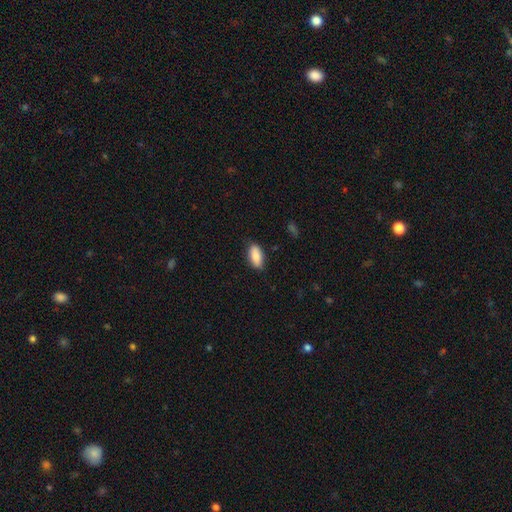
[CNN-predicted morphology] A smooth galaxy with no disk features (87%) that is in between round and cigar-shaped (89%).

Vote fractions:
- Smooth or featured? smooth: 87% / featured or disk: 7% / star or artifact: 6%
- How rounded? in between: 89% / cigar-shaped: 9% / round: 3%
- Merging? none: 83% / minor disturbance: 13% / major disturbance: 3% / merger: 1%